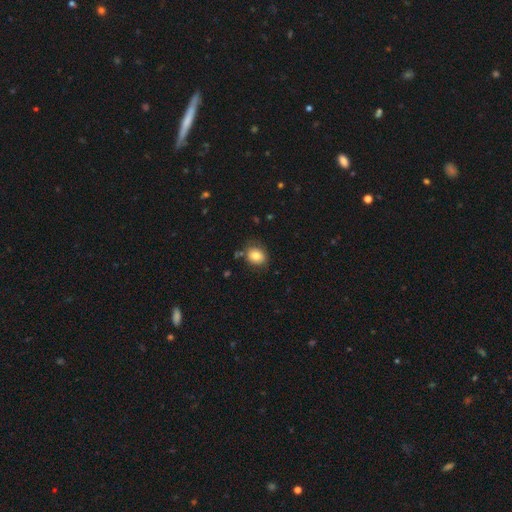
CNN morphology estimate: This appears to be a smooth galaxy with no disk features (78%) that is round (56%). Merging: none (74%).